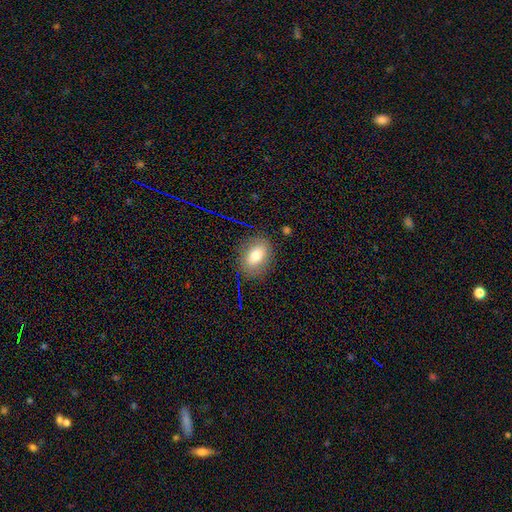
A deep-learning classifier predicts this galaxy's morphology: smooth 74%, featured or disk 15%, star or artifact 10%. Down the decision tree: how rounded — in between (71%); merging — none (81%).